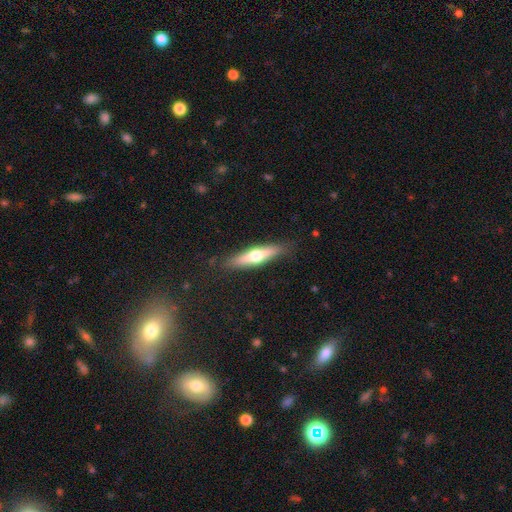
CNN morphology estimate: A featured or disk galaxy (48%). Merging: none (86%).